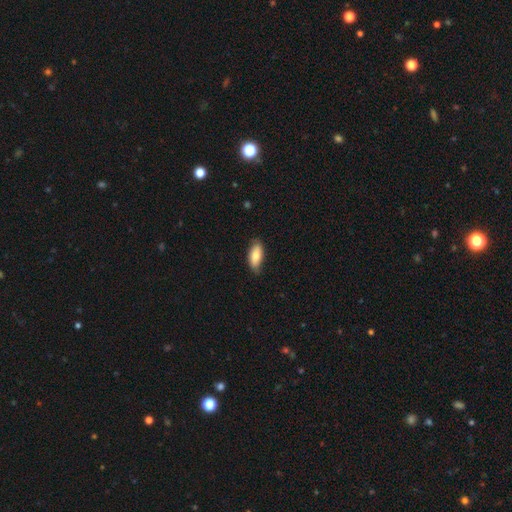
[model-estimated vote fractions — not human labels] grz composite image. It shows a smooth galaxy with no disk features (79%) that is in between round and cigar-shaped (86%). Merging: none (76%).